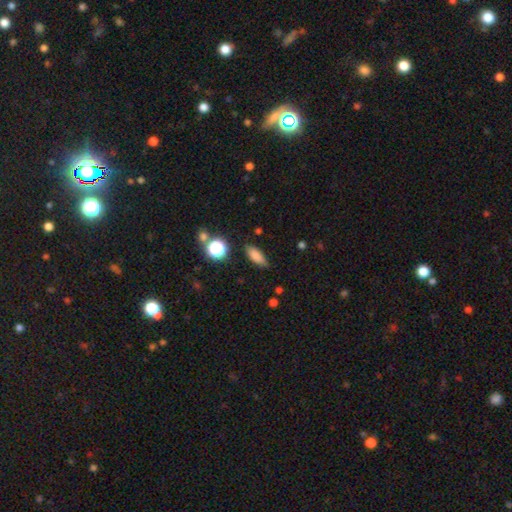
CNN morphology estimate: Overall: smooth (81%). How rounded: in between (71%). Merging: none (82%).